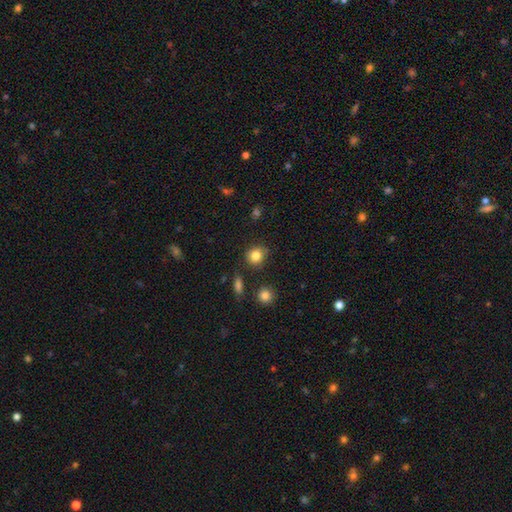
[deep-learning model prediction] A smooth galaxy with no disk features (83%) that is round (81%). Merging: none (81%).